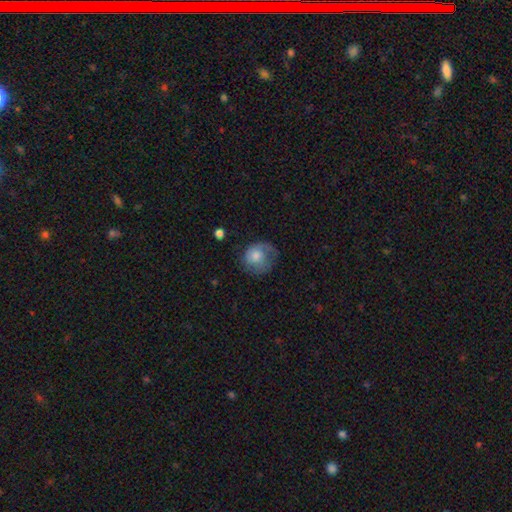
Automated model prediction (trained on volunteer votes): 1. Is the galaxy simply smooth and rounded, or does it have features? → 57% smooth, 35% featured or disk, 8% star or artifact.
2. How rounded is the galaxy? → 77% round, 22% in between, 1% cigar-shaped.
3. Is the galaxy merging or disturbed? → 54% none, 26% minor disturbance, 18% major disturbance, 2% merger.